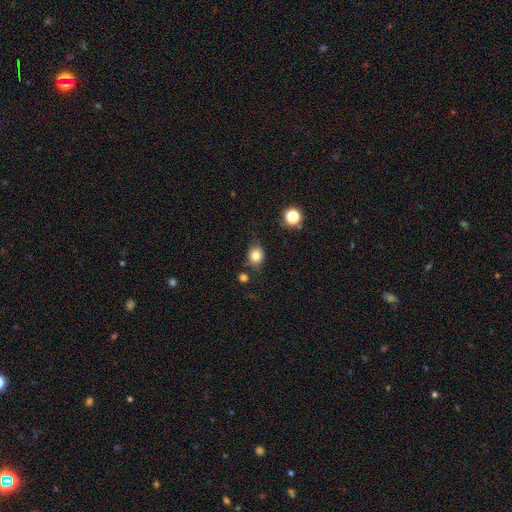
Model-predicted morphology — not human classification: smooth-or-featured: smooth: 81% | star or artifact: 12% | featured or disk: 8%
  how-rounded: round: 62% | in between: 36% | cigar-shaped: 1%
  merging: none: 73% | minor disturbance: 18% | merger: 5% | major disturbance: 4%